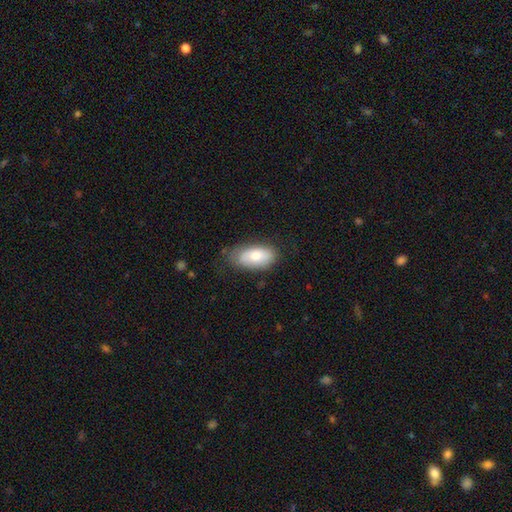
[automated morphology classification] Smooth or featured: smooth — 73% (featured or disk — 20%)
How rounded: in between — 92% (cigar-shaped — 4%)
Merging: none — 68% (minor disturbance — 24%)